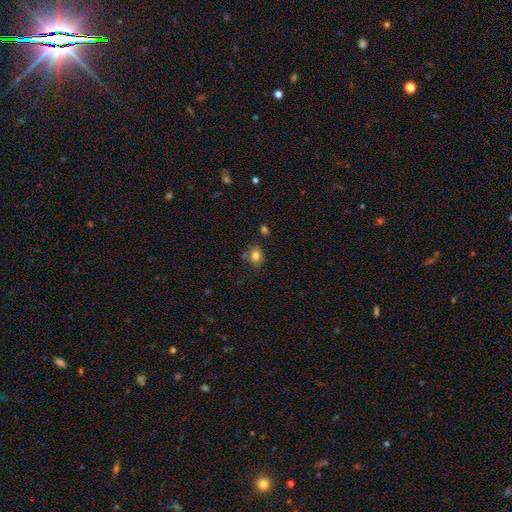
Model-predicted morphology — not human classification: Smooth or featured?
  - smooth: 80% *
  - star or artifact: 12%
  - featured or disk: 9%
How rounded?
  - round: 65% *
  - in between: 34%
  - cigar-shaped: 1%
Merging?
  - none: 76% *
  - minor disturbance: 14%
  - merger: 7%
  - major disturbance: 3%